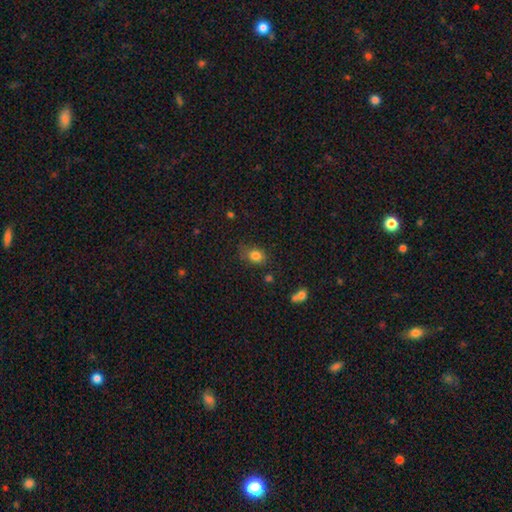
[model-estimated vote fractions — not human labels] This appears to be a smooth galaxy with no disk features (82%) that is in between round and cigar-shaped (55%). Merging: none (67%).